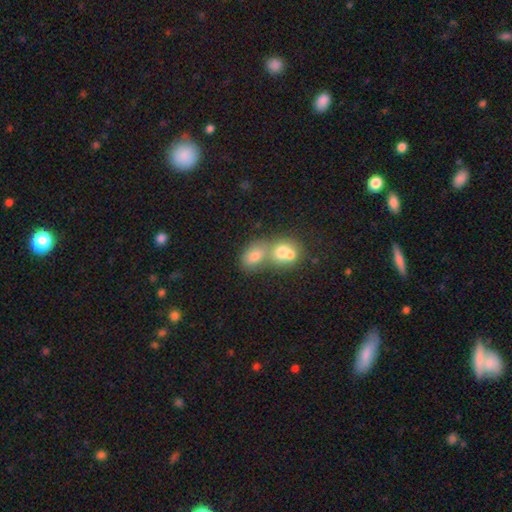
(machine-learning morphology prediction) This appears to be a smooth galaxy with no disk features (67%) that is in between round and cigar-shaped (52%). Merging: merger (63%).